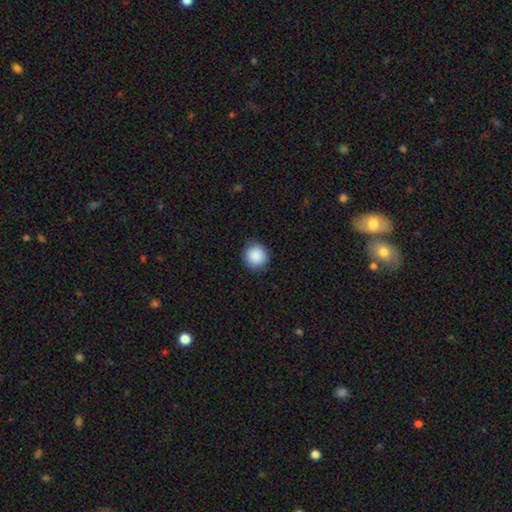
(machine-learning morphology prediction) Smooth or featured?
  - smooth: 89% *
  - star or artifact: 8%
  - featured or disk: 3%
How rounded?
  - round: 93% *
  - in between: 6%
  - cigar-shaped: 1%
Merging?
  - none: 90% *
  - minor disturbance: 7%
  - major disturbance: 2%
  - merger: 1%